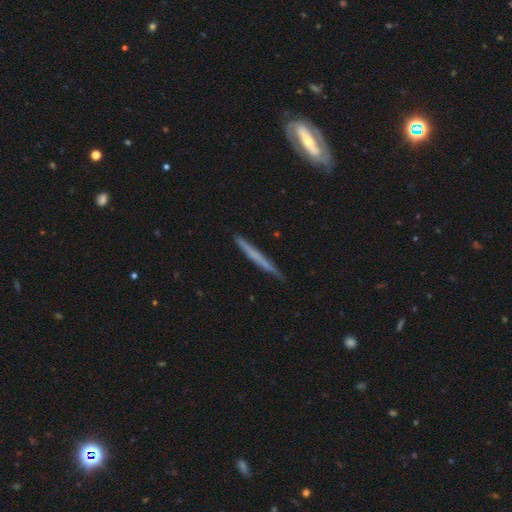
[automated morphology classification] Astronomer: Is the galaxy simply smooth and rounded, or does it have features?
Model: featured or disk — 49% (runner-up: smooth, 45%).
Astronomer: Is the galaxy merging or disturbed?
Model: none — 85%.